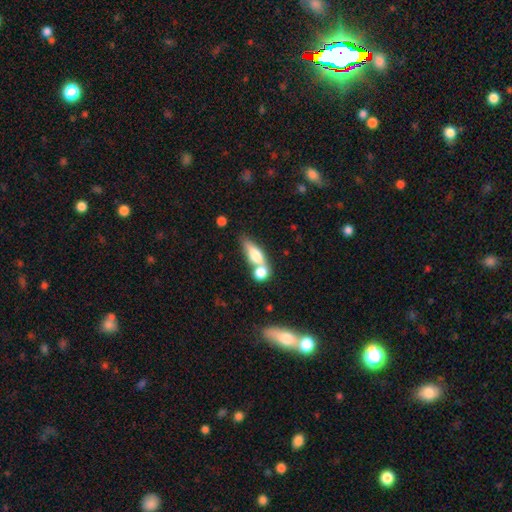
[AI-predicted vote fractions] Smooth or featured? smooth (68%)
How rounded? in between (61%)
Merging? merger (52%)